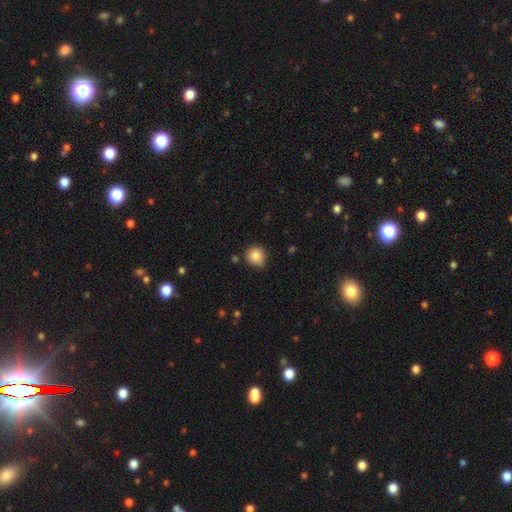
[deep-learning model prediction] smooth-or-featured: smooth: 86% | star or artifact: 9% | featured or disk: 5%
  how-rounded: round: 89% | in between: 10% | cigar-shaped: 1%
  merging: none: 69% | minor disturbance: 24% | major disturbance: 4% | merger: 3%